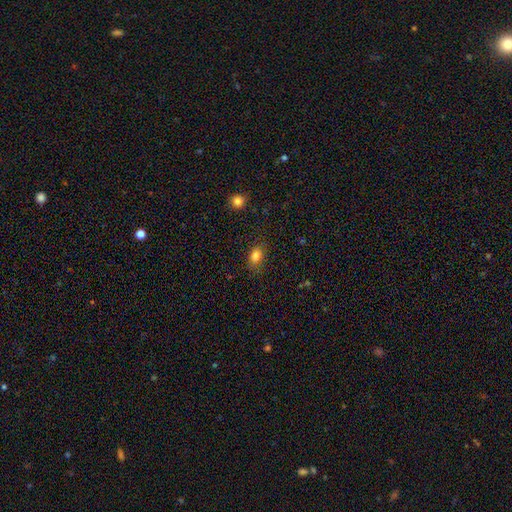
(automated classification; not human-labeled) A smooth galaxy with no disk features (83%) that is in between round and cigar-shaped (73%).

Vote fractions:
- Smooth or featured? smooth: 83% / star or artifact: 11% / featured or disk: 6%
- How rounded? in between: 73% / round: 25% / cigar-shaped: 2%
- Merging? none: 76% / minor disturbance: 17% / major disturbance: 5% / merger: 2%